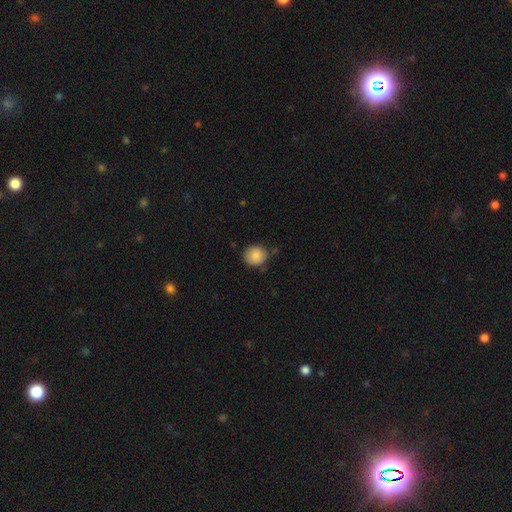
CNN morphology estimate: The model was most divided on "merging": none: 75%, minor disturbance: 19%, major disturbance: 4%, merger: 3%. More confident: smooth or featured — smooth (87%); how rounded — round (85%).